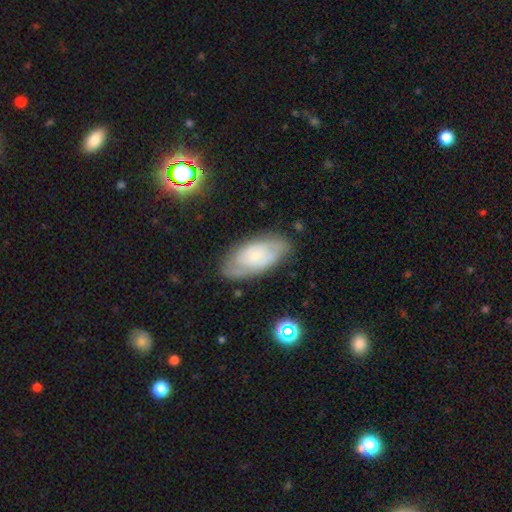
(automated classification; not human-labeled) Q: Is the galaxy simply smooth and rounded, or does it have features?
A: featured or disk — 57%.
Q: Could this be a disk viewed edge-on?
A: no — 92%.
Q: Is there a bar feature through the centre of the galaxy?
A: no — 71%.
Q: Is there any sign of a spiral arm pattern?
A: yes — 85%.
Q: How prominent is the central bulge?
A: small — 62%.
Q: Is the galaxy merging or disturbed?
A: none — 78%.